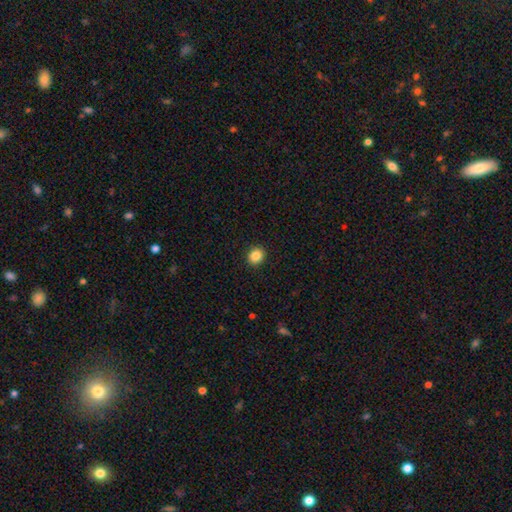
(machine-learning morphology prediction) Overall: smooth (86%). How rounded: round (78%). Merging: none (91%).